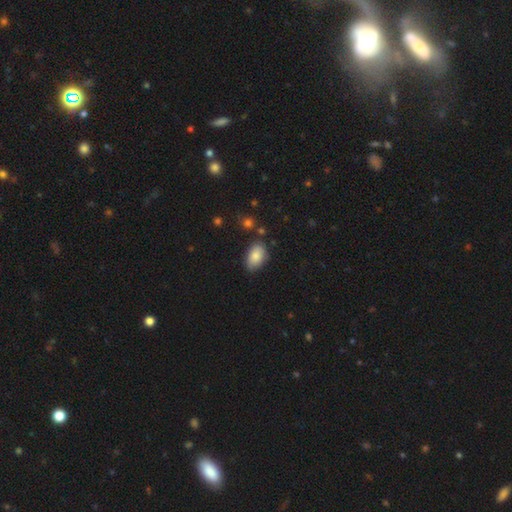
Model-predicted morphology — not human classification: A smooth galaxy with no disk features (85%) that is in between round and cigar-shaped (92%).

Vote fractions:
- Smooth or featured? smooth: 85% / featured or disk: 8% / star or artifact: 7%
- How rounded? in between: 92% / round: 6% / cigar-shaped: 2%
- Merging? none: 77% / minor disturbance: 16% / merger: 3% / major disturbance: 3%